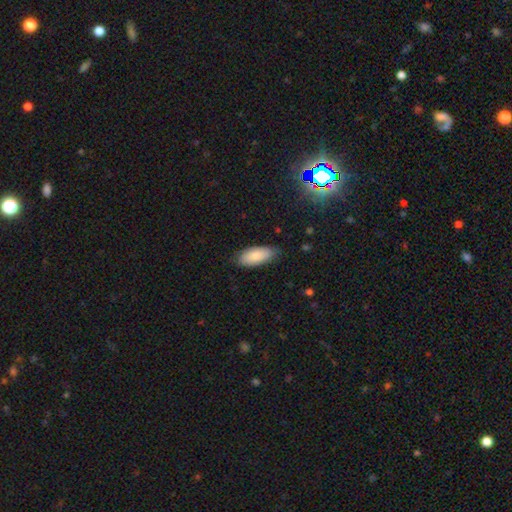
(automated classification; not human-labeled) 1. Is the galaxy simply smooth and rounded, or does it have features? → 84% smooth, 10% featured or disk, 6% star or artifact.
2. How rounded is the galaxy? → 88% in between, 10% cigar-shaped, 2% round.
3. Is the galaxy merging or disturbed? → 78% none, 18% minor disturbance, 3% major disturbance, 1% merger.